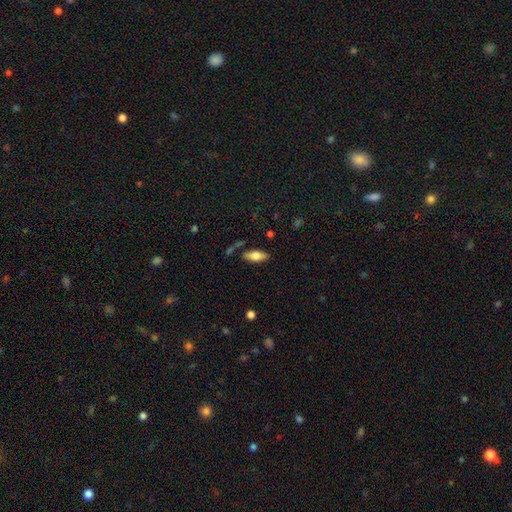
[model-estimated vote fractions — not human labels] Smooth or featured?
  - smooth: 71% *
  - featured or disk: 22%
  - star or artifact: 7%
How rounded?
  - in between: 77% *
  - cigar-shaped: 21%
  - round: 2%
Merging?
  - none: 79% *
  - minor disturbance: 13%
  - merger: 5%
  - major disturbance: 3%